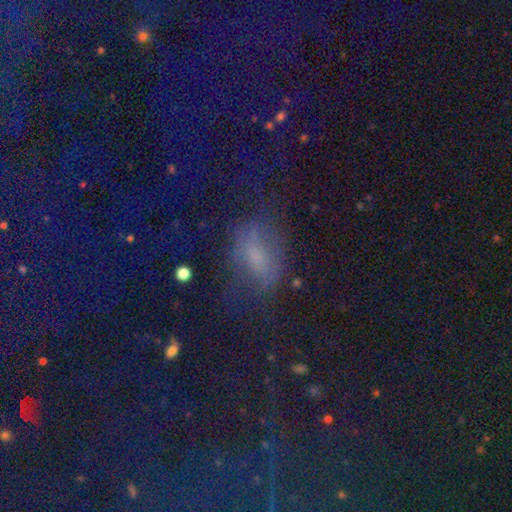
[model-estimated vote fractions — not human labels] A star or artifact, not a galaxy (46%).